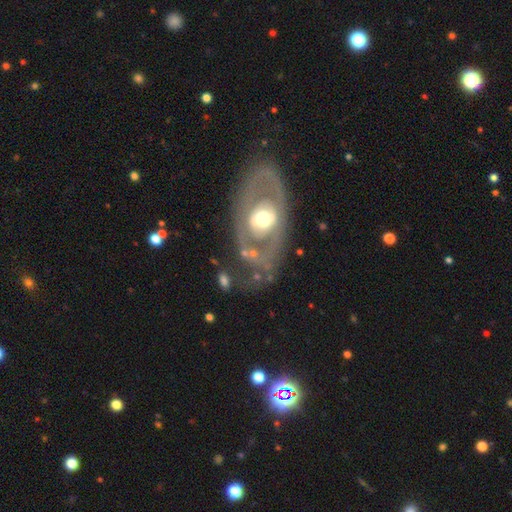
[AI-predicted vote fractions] Smooth or featured?
  - featured or disk: 73% *
  - smooth: 21%
  - star or artifact: 6%
Edge-on disk?
  - no: 93% *
  - yes: 7%
Bar?
  - no: 78% *
  - weak: 15%
  - strong: 7%
Spiral arms?
  - no: 64% *
  - yes: 36%
Bulge size?
  - moderate: 63% *
  - large: 25%
  - small: 8%
  - dominant: 2%
  - none: 1%
Merging?
  - none: 69% *
  - minor disturbance: 16%
  - major disturbance: 11%
  - merger: 3%